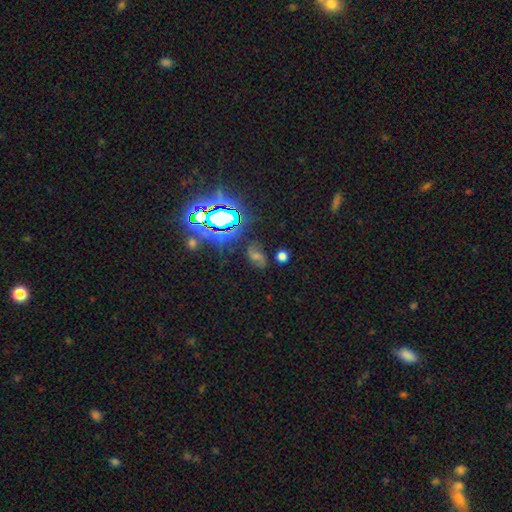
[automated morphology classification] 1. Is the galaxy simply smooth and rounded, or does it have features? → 51% star or artifact, 30% smooth, 20% featured or disk.